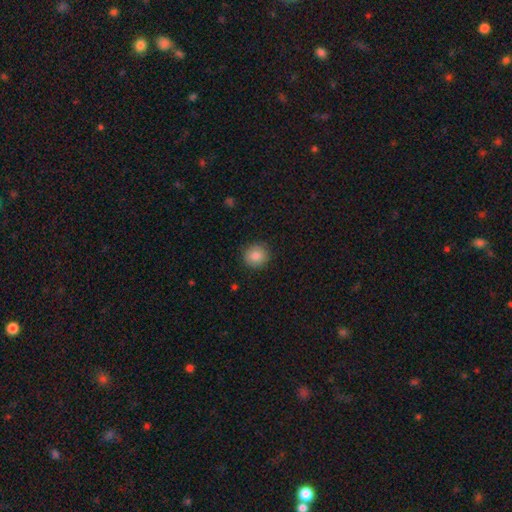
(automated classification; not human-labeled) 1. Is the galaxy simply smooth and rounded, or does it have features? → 86% smooth, 9% star or artifact, 5% featured or disk.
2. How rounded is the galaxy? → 90% round, 9% in between, 1% cigar-shaped.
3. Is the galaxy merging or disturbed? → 90% none, 7% minor disturbance, 2% major disturbance, 1% merger.